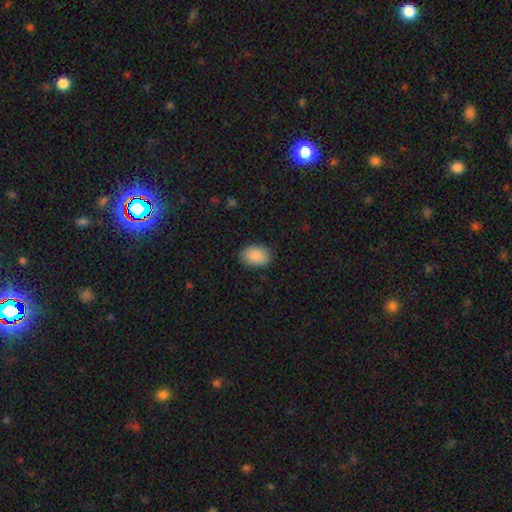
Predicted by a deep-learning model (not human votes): Smooth or featured: smooth — 88% (star or artifact — 7%)
How rounded: in between — 83% (round — 16%)
Merging: none — 87% (minor disturbance — 10%)